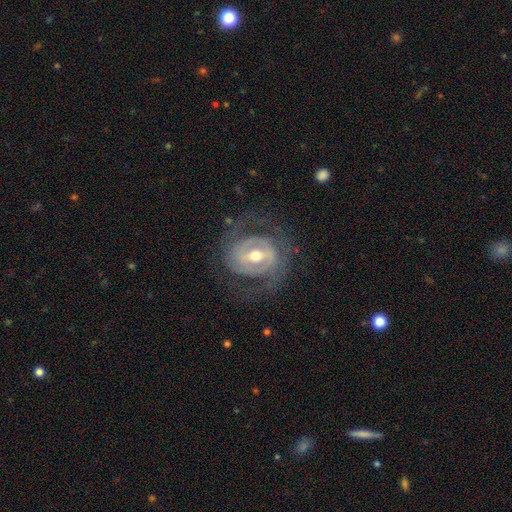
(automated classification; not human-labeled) featured or disk 85%, smooth 10%, star or artifact 5%. Down the decision tree: edge-on disk — no (96%); bar — strong (45%); spiral arms — yes (81%); spiral arm count — 2 (65%); spiral winding — tight (48%); bulge size — moderate (69%); merging — none (71%).